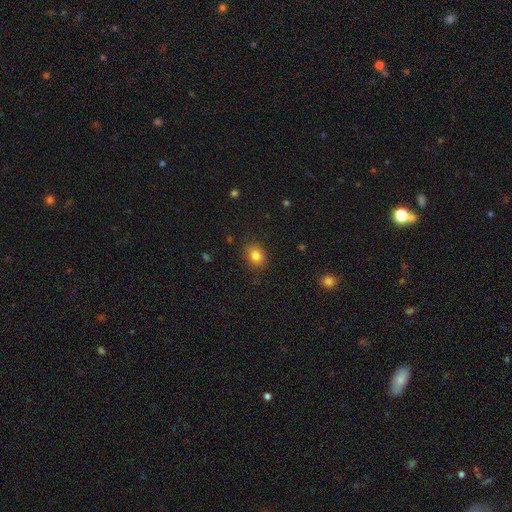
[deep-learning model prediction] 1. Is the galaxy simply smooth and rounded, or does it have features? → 82% smooth, 11% star or artifact, 7% featured or disk.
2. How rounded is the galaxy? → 54% round, 45% in between, 1% cigar-shaped.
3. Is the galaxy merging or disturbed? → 85% none, 11% minor disturbance, 3% major disturbance, 1% merger.